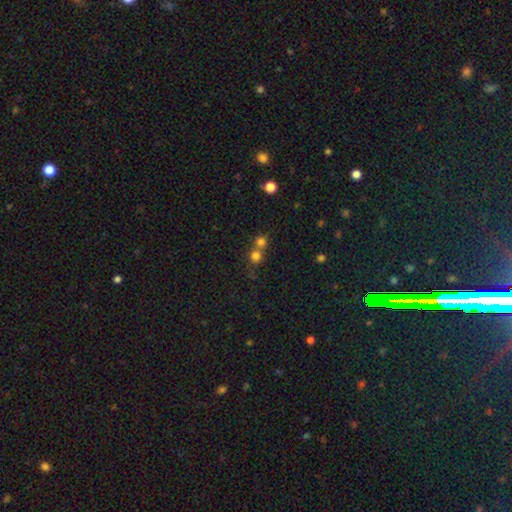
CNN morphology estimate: Overall: smooth (75%). How rounded: round (88%). Merging: none (48%; merger 45%).